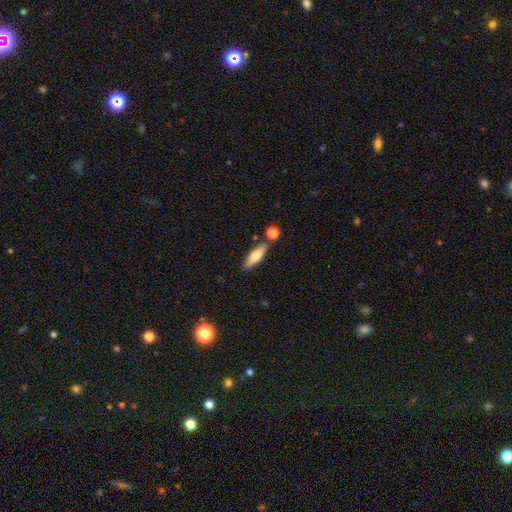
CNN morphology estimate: A smooth galaxy with no disk features (73%) that is in between round and cigar-shaped (51%). Merging: none (76%).